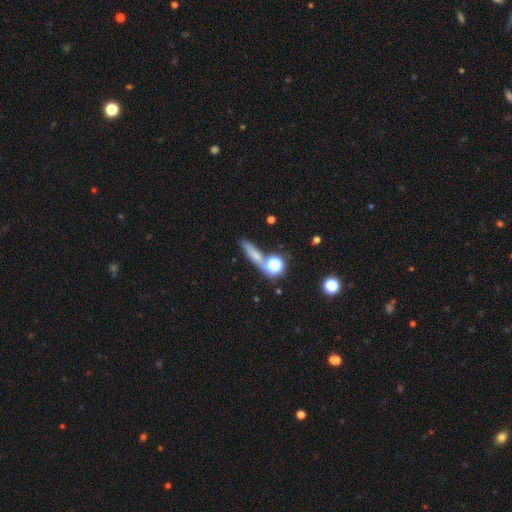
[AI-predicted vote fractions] Q: Smooth or featured?
A: smooth (58%); runner-up: star or artifact (23%)
Q: How rounded?
A: cigar-shaped (56%); runner-up: in between (25%)
Q: Merging?
A: none (67%); runner-up: merger (14%)